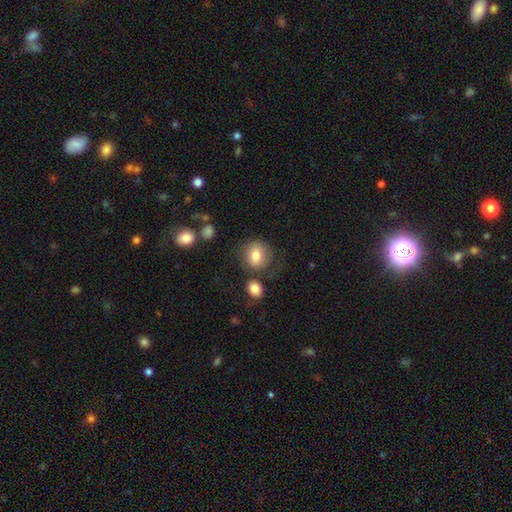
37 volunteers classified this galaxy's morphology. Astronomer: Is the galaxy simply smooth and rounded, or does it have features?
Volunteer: smooth — 81%.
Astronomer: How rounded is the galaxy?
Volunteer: round — 80%.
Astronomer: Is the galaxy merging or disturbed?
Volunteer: none — 57%.